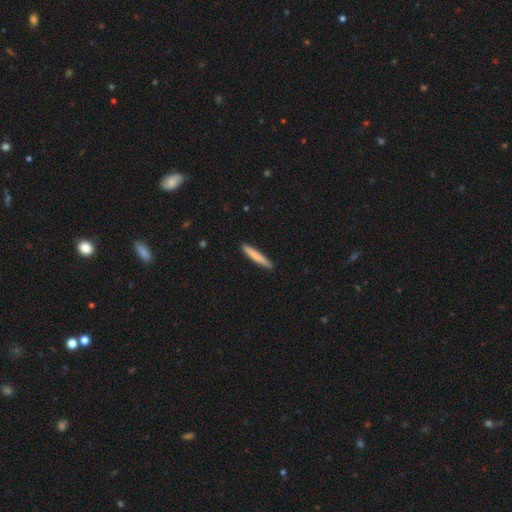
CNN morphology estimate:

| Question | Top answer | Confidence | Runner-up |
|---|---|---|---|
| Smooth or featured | smooth | 77% | featured or disk (18%) |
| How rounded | cigar-shaped | 95% | in between (4%) |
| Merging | none | 90% | minor disturbance (7%) |